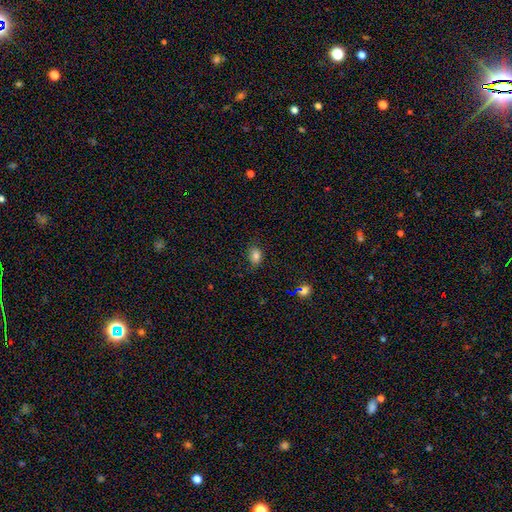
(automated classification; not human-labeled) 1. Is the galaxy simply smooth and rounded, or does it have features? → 80% smooth, 14% star or artifact, 7% featured or disk.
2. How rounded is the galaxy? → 69% in between, 29% round, 1% cigar-shaped.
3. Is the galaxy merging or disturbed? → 77% none, 17% minor disturbance, 4% major disturbance, 1% merger.